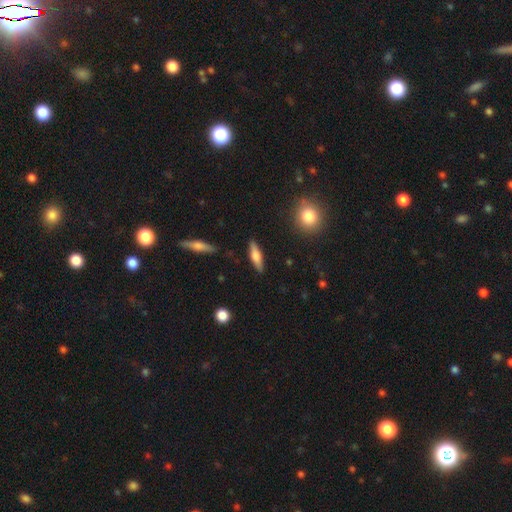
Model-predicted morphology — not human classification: Smooth or featured?
  - smooth: 55% *
  - featured or disk: 39%
  - star or artifact: 6%
How rounded?
  - cigar-shaped: 65% *
  - in between: 32%
  - round: 2%
Merging?
  - none: 88% *
  - minor disturbance: 8%
  - major disturbance: 2%
  - merger: 2%